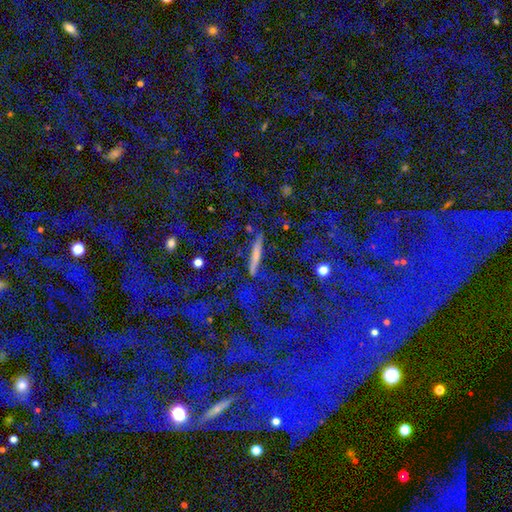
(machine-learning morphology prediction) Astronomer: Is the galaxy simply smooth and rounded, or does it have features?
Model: smooth — 43% (runner-up: featured or disk, 35%).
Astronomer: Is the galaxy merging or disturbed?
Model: none — 82%.